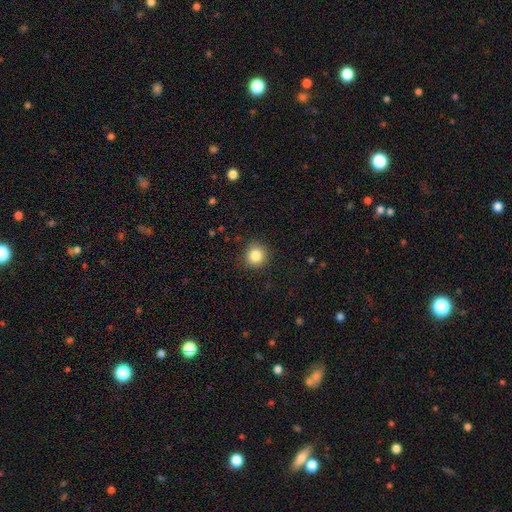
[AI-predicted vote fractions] A smooth galaxy with no disk features (85%) that is round (92%).

Vote fractions:
- Smooth or featured? smooth: 85% / star or artifact: 10% / featured or disk: 5%
- How rounded? round: 92% / in between: 7% / cigar-shaped: 1%
- Merging? none: 90% / minor disturbance: 7% / major disturbance: 2% / merger: 1%